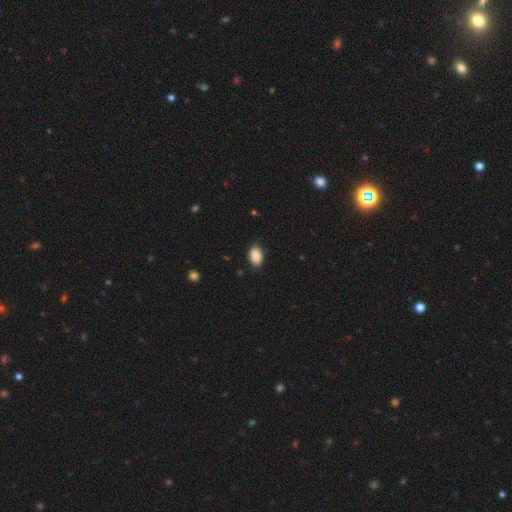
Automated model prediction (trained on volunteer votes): Q: Smooth or featured?
A: smooth (89%); runner-up: star or artifact (7%)
Q: How rounded?
A: in between (89%); runner-up: round (10%)
Q: Merging?
A: none (85%); runner-up: minor disturbance (12%)